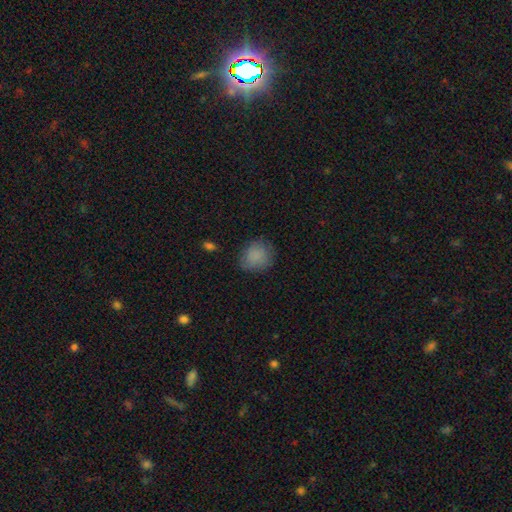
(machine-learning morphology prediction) Smooth or featured? Predicted: smooth (p=0.86). How rounded? Predicted: round (p=0.74). Merging? Predicted: none (p=0.75).